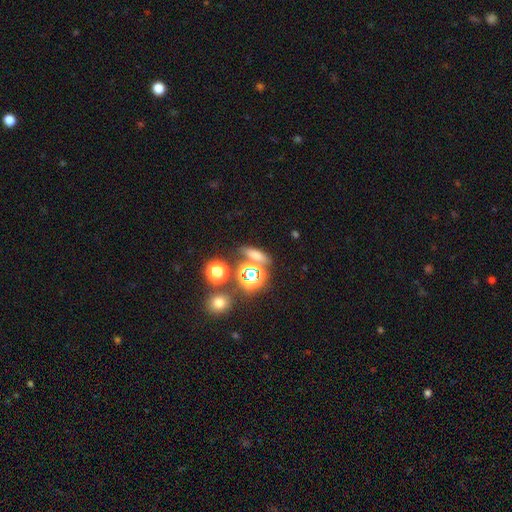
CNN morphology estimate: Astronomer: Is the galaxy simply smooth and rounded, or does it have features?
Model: smooth — 56%.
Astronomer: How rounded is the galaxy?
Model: in between — 36% (runner-up: cigar-shaped, 33%).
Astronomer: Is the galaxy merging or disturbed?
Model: none — 71%.